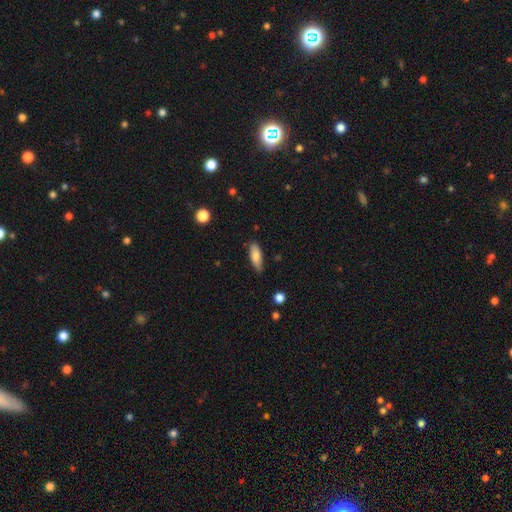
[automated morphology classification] smooth-or-featured: smooth: 80% | featured or disk: 14% | star or artifact: 6%
  how-rounded: in between: 63% | cigar-shaped: 35% | round: 2%
  merging: none: 79% | minor disturbance: 17% | major disturbance: 3% | merger: 2%